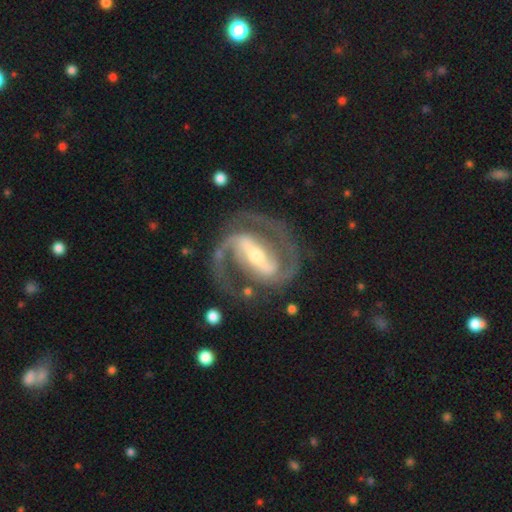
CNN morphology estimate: Smooth or featured? Predicted: featured or disk (p=0.93). Edge-on disk? Predicted: no (p=0.97). Bar? Predicted: strong (p=0.75). Spiral arms? Predicted: yes (p=0.98). Spiral winding? Predicted: medium (p=0.56). Spiral arm count? Predicted: 2 (p=0.93). Bulge size? Predicted: small (p=0.48). Merging? Predicted: none (p=0.79).